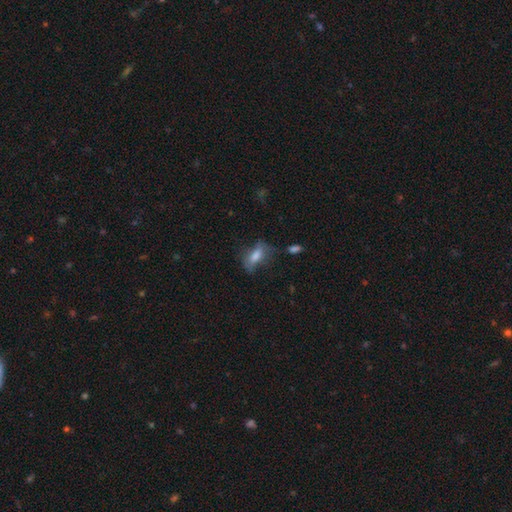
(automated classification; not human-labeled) smooth-or-featured: smooth: 62% | featured or disk: 27% | star or artifact: 11%
  how-rounded: in between: 77% | cigar-shaped: 17% | round: 6%
  merging: none: 48% | minor disturbance: 28% | major disturbance: 20% | merger: 4%